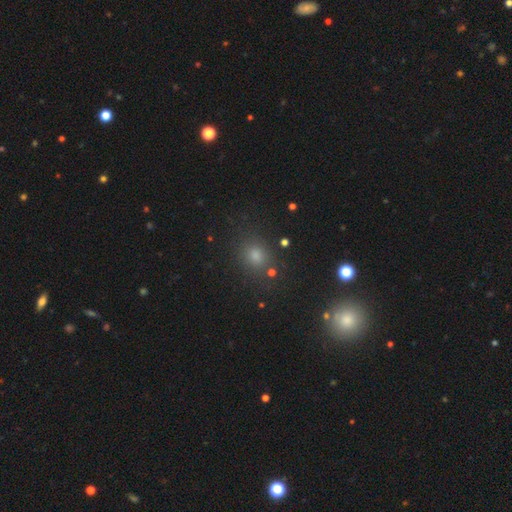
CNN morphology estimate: Smooth or featured? smooth (71%)
How rounded? round (66%)
Merging? none (81%)